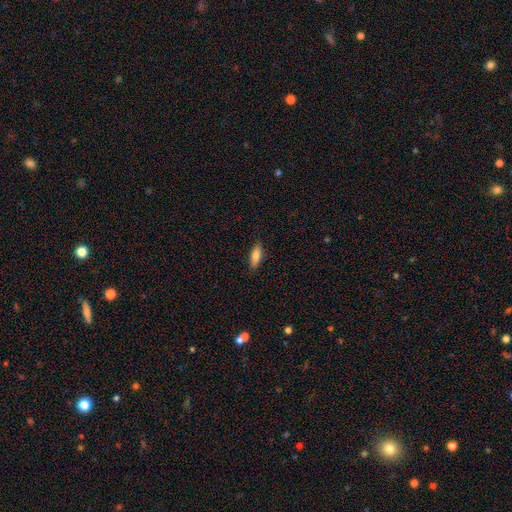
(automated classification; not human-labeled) smooth 82%, featured or disk 12%, star or artifact 6%. Down the decision tree: how rounded — in between (58%); merging — none (87%).